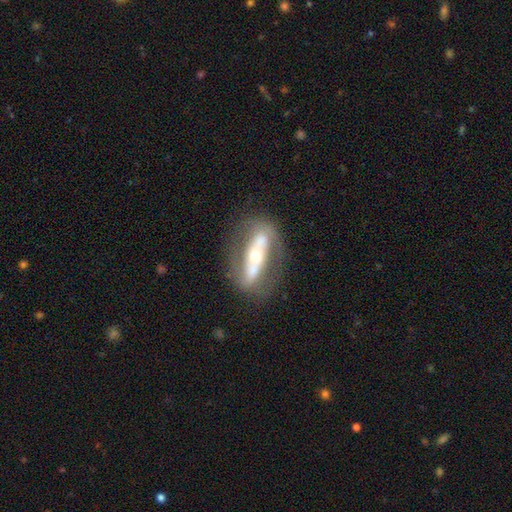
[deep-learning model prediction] Smooth or featured? Predicted: featured or disk (p=0.71). Edge-on disk? Predicted: no (p=0.71). Bar? Predicted: strong (p=0.55). Spiral arms? Predicted: no (p=0.60). Bulge size? Predicted: moderate (p=0.55). Merging? Predicted: none (p=0.68).